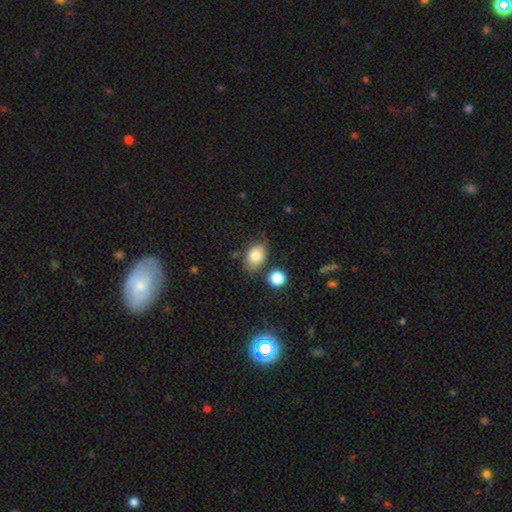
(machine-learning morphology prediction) Overall: smooth (82%). How rounded: in between (76%). Merging: none (68%).